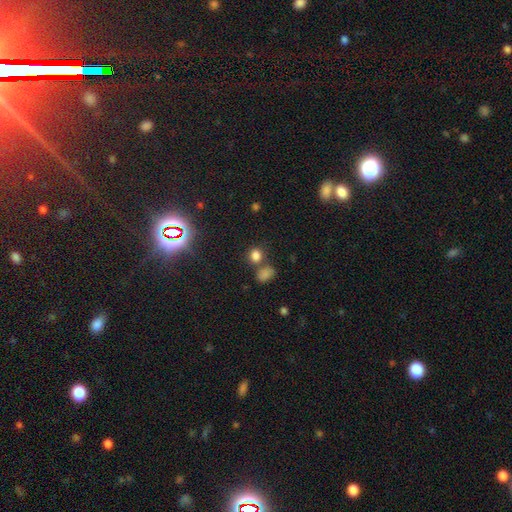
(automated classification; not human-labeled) Overall: smooth (76%). How rounded: round (68%; in between 31%). Merging: none (62%).